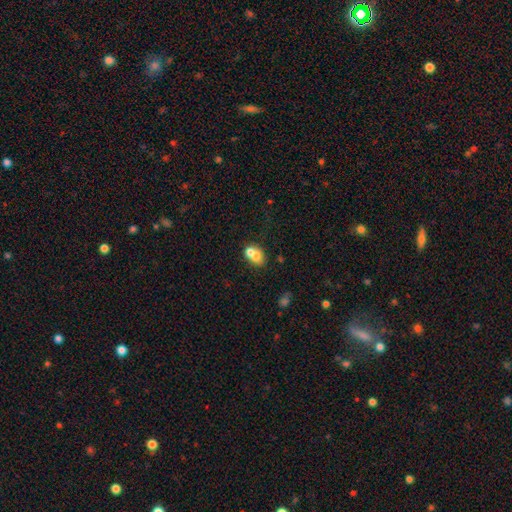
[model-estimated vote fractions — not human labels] Smooth or featured? Predicted: smooth (p=0.68). How rounded? Predicted: round (p=0.50). Merging? Predicted: merger (p=0.63).